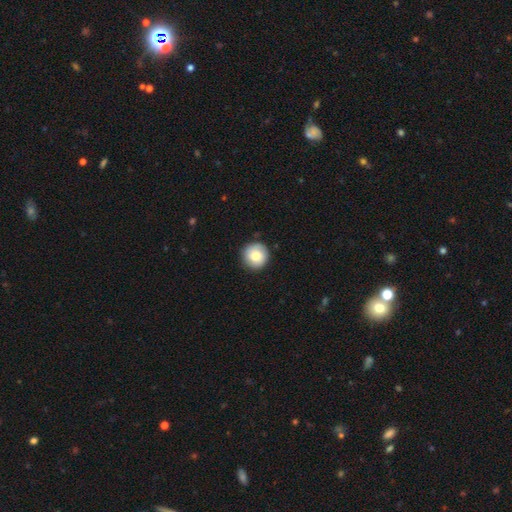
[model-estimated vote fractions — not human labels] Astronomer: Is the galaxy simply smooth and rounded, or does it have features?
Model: smooth — 81%.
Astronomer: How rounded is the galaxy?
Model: round — 95%.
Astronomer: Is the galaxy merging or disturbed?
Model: none — 88%.